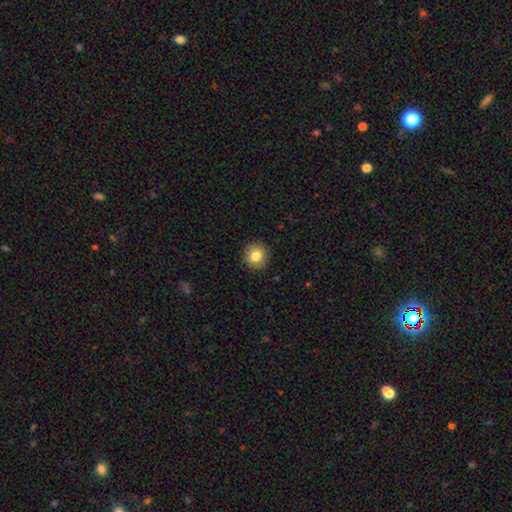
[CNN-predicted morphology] Overall: smooth (83%). How rounded: round (91%). Merging: none (90%).